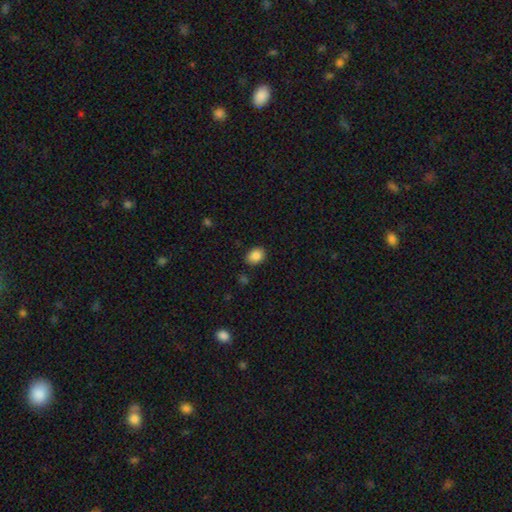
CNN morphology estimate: This is clearly a smooth galaxy (86%). How rounded: likely in between (62%). Merging: clearly none (83%).